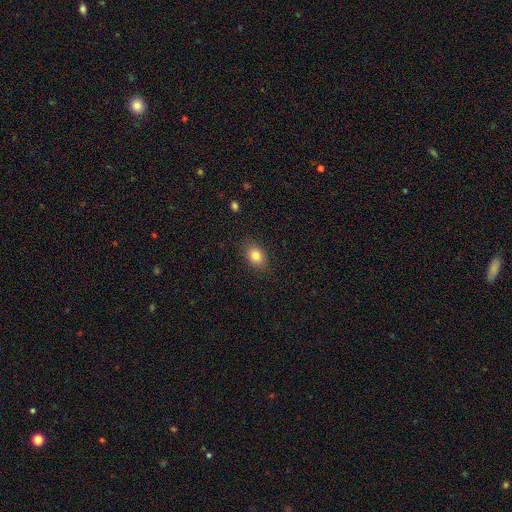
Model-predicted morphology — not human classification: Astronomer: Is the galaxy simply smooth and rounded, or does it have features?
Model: smooth — 82%.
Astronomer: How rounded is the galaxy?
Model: in between — 71%.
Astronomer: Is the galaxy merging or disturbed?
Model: none — 85%.